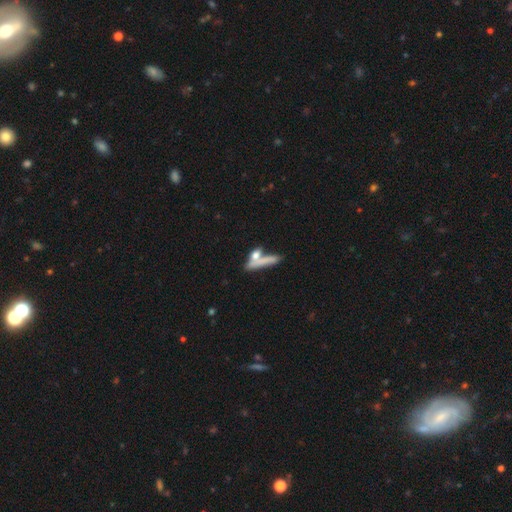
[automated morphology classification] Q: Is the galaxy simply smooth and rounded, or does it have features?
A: smooth — 43%.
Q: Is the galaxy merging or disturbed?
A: none — 43%.